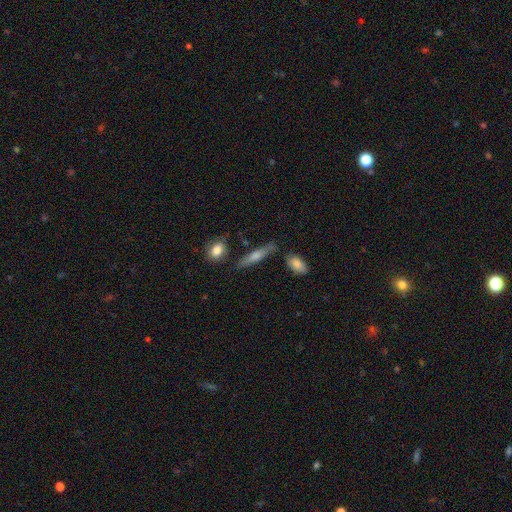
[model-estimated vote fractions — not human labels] Smooth or featured?
  - smooth: 47% *
  - featured or disk: 44%
  - star or artifact: 9%
Merging?
  - none: 78% *
  - minor disturbance: 13%
  - merger: 6%
  - major disturbance: 3%